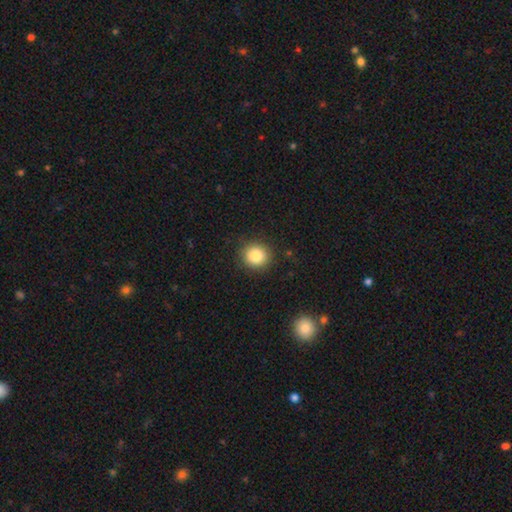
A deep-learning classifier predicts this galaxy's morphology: type=smooth (85%); roundness=round (90%); merging=none (89%).